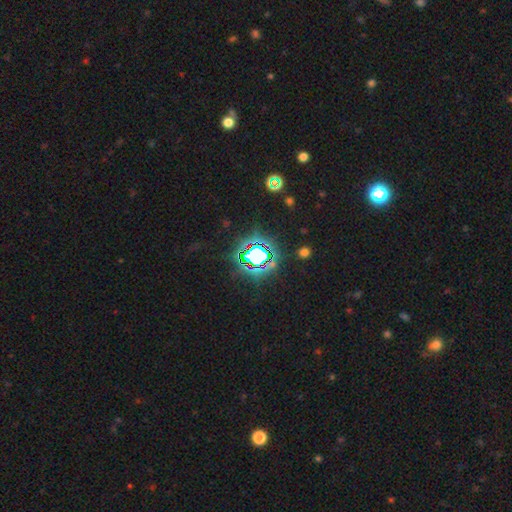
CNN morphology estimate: The model was most divided on "smooth or featured": star or artifact: 75%, smooth: 14%, featured or disk: 11%.